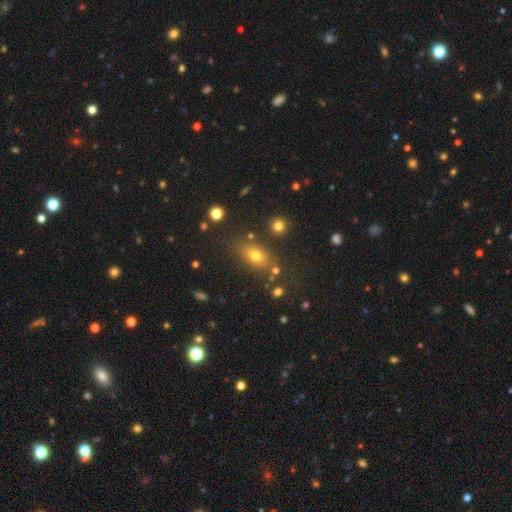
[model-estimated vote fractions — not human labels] Smooth or featured?
  - smooth: 66% *
  - star or artifact: 20%
  - featured or disk: 14%
How rounded?
  - in between: 68% *
  - round: 25%
  - cigar-shaped: 8%
Merging?
  - none: 77% *
  - minor disturbance: 12%
  - merger: 6%
  - major disturbance: 5%